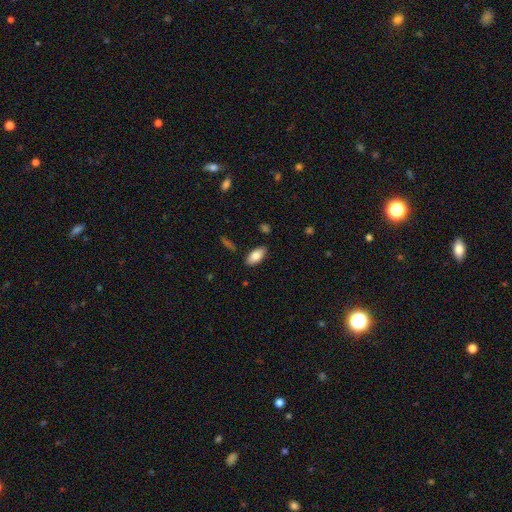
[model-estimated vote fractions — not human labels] Smooth or featured: smooth — 82% (featured or disk — 12%)
How rounded: in between — 91% (cigar-shaped — 6%)
Merging: none — 85% (minor disturbance — 11%)